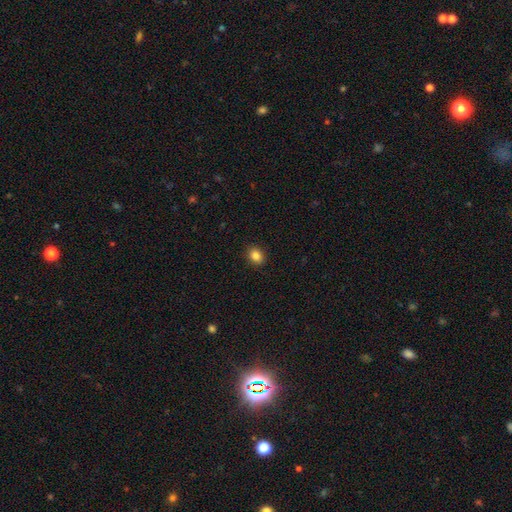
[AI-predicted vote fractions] Smooth or featured: smooth — 85% (star or artifact — 10%)
How rounded: in between — 52% (round — 47%)
Merging: none — 91% (minor disturbance — 6%)